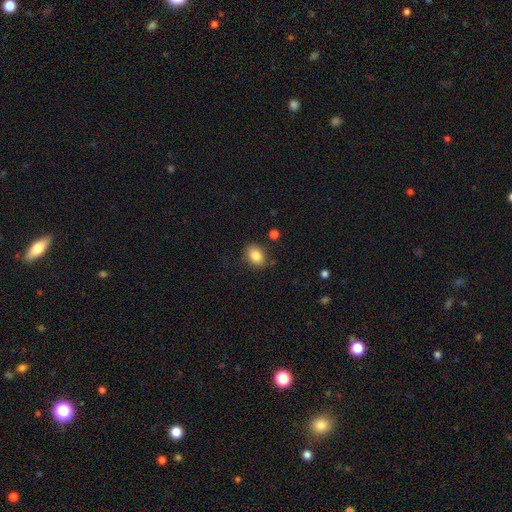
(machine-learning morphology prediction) Smooth or featured? smooth (84%)
How rounded? in between (59%)
Merging? none (78%)